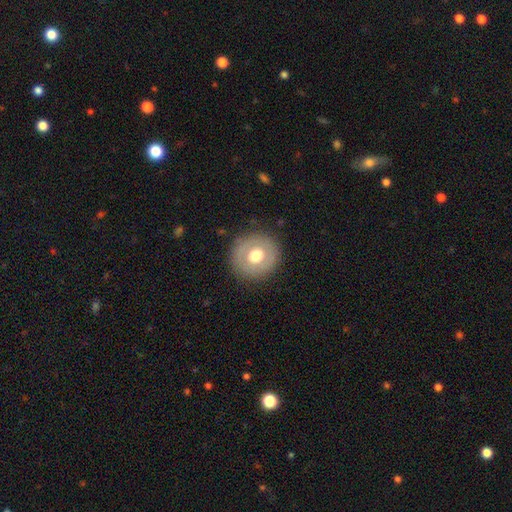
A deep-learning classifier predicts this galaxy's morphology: Smooth or featured? Predicted: smooth (p=0.59). How rounded? Predicted: round (p=0.90). Merging? Predicted: none (p=0.86).